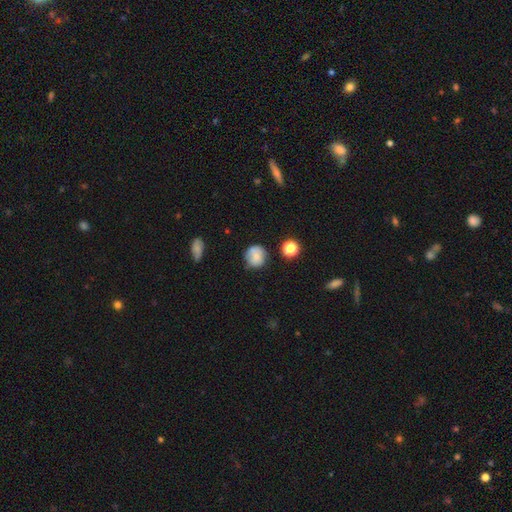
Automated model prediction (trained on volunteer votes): Smooth or featured?
  - smooth: 73% *
  - featured or disk: 17%
  - star or artifact: 10%
How rounded?
  - round: 85% *
  - in between: 14%
  - cigar-shaped: 1%
Merging?
  - none: 65% *
  - minor disturbance: 23%
  - major disturbance: 7%
  - merger: 5%